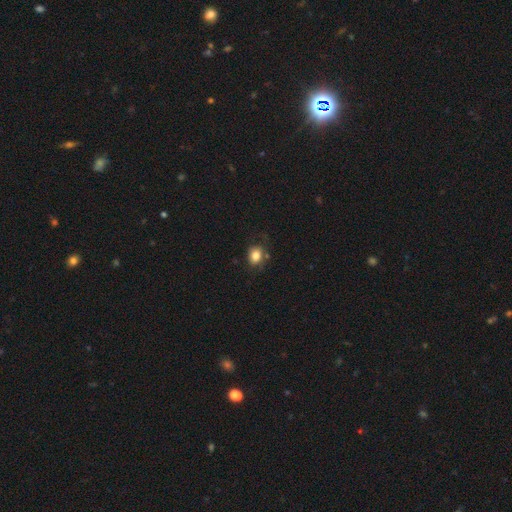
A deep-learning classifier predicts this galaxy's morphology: A smooth galaxy with no disk features (82%) that is round (52%). Merging: none (70%).